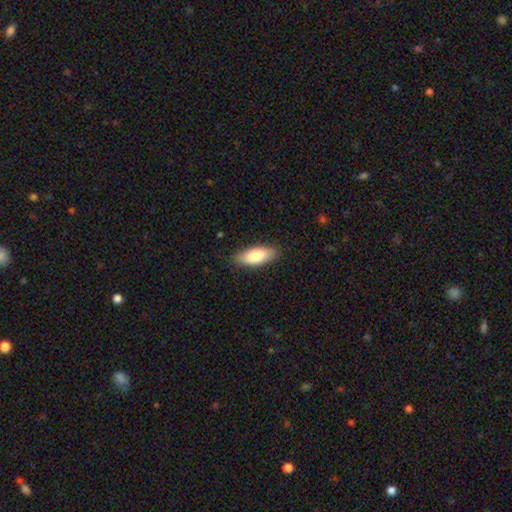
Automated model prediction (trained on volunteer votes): A smooth galaxy with no disk features (80%) that is in between round and cigar-shaped (76%). Merging: none (88%).